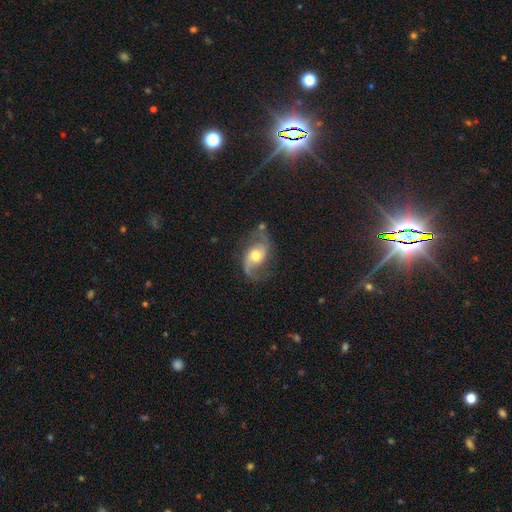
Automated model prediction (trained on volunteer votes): A featured or disk galaxy (87%) with no bar (56%), 2 (92%) loose (55%) spiral arms (96%) and a moderate central bulge (69%). Merging: none (71%).